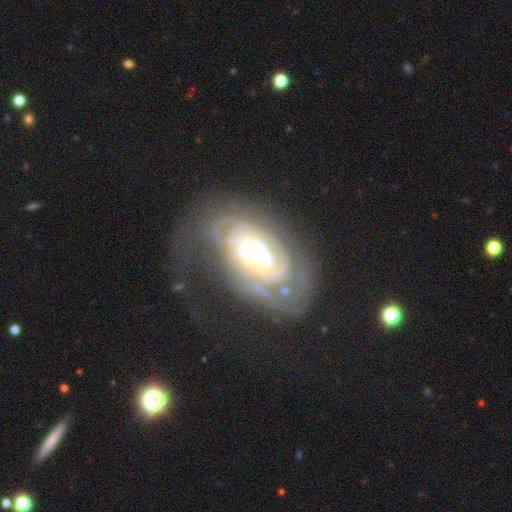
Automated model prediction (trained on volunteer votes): featured or disk 87%, smooth 7%, star or artifact 6%. Down the decision tree: edge-on disk — no (96%); bar — no (54%); spiral arms — yes (95%); spiral arm count — can't tell (37%); spiral winding — tight (77%); bulge size — moderate (54%); merging — none (58%).